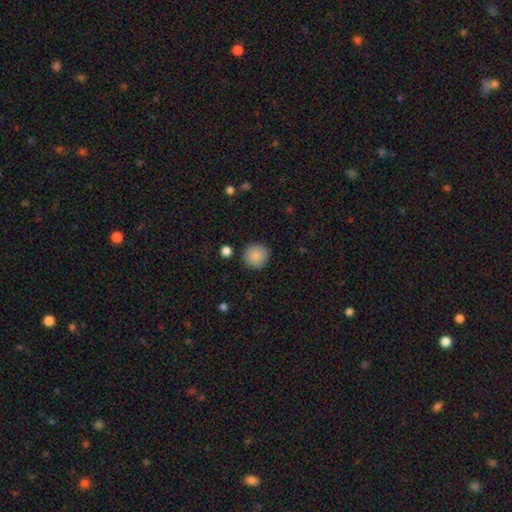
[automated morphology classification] type=smooth (88%); roundness=round (93%); merging=none (87%).